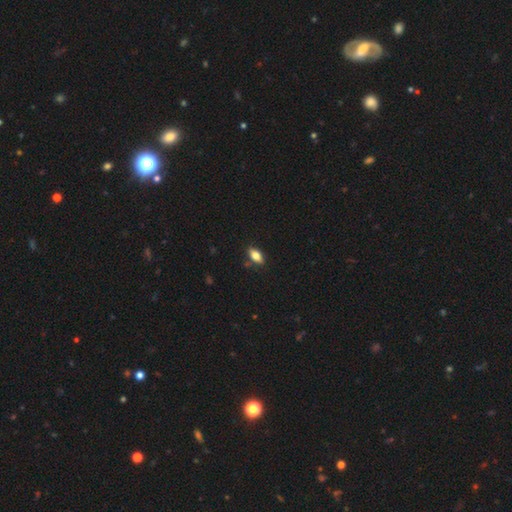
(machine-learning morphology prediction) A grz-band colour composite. It shows a smooth galaxy with no disk features (75%) that is in between round and cigar-shaped (87%). Merging: none (84%).